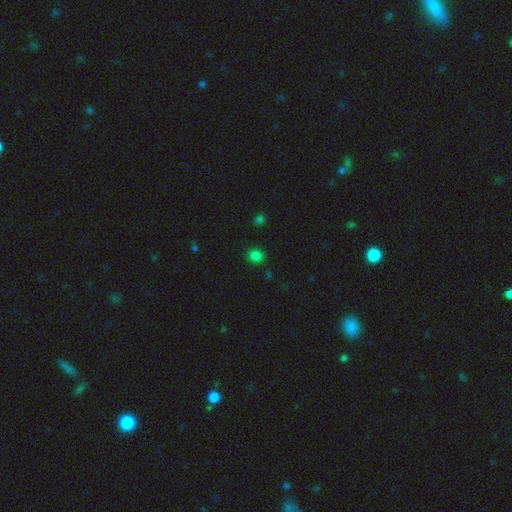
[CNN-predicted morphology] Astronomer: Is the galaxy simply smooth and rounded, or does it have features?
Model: smooth — 80%.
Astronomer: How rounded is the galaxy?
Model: round — 76%.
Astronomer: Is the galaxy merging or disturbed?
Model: none — 88%.